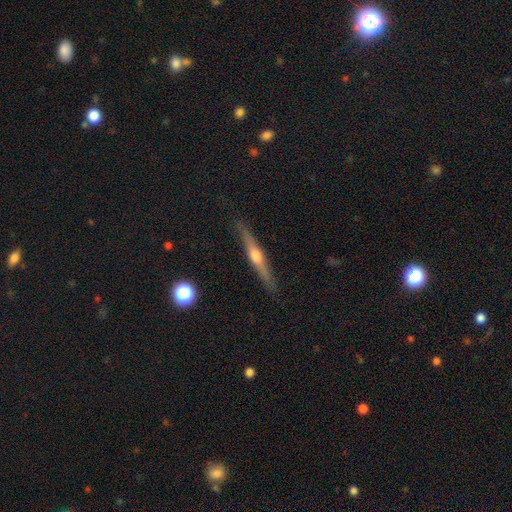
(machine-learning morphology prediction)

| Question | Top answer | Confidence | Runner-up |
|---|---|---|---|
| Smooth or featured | featured or disk | 70% | smooth (23%) |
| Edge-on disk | yes | 97% | no (3%) |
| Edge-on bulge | rounded | 90% | none (6%) |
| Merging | none | 89% | minor disturbance (8%) |